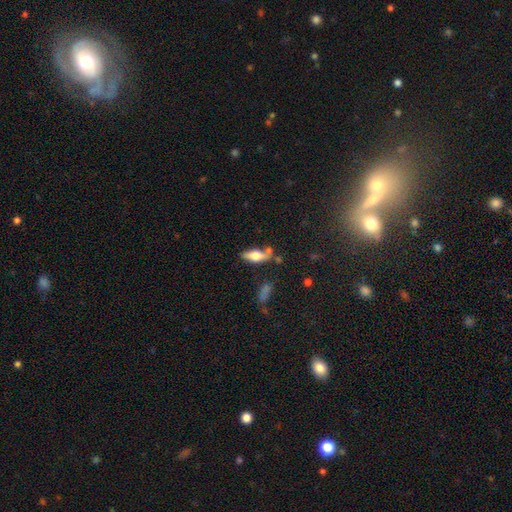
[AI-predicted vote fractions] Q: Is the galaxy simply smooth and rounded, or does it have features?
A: smooth — 58%.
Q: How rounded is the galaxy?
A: in between — 68%.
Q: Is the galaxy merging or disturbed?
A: none — 56%.